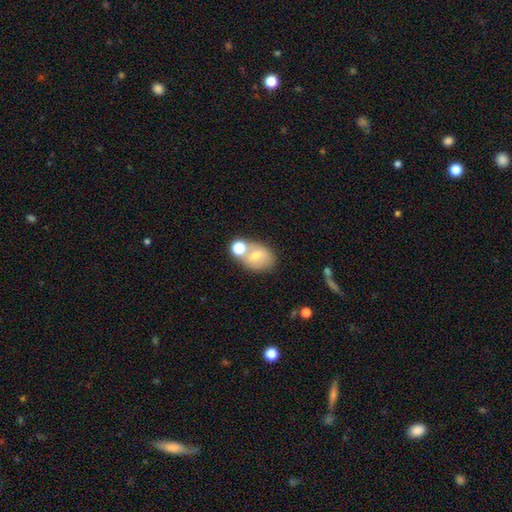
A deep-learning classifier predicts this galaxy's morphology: This appears to be a smooth galaxy with no disk features (63%) that is in between round and cigar-shaped (62%). Merging: none (47%).